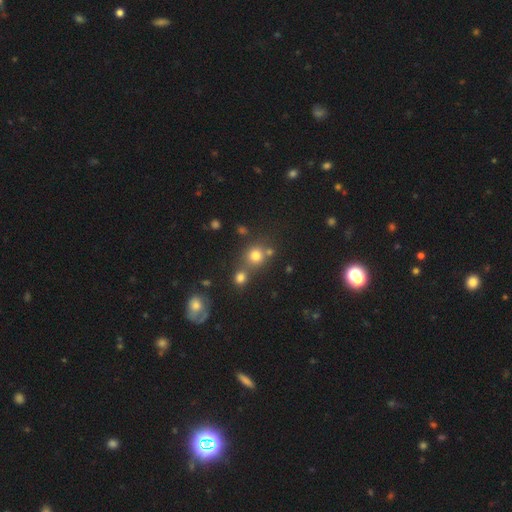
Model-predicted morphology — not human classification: Smooth or featured?
  - smooth: 75% *
  - star or artifact: 16%
  - featured or disk: 8%
How rounded?
  - round: 86% *
  - in between: 13%
  - cigar-shaped: 1%
Merging?
  - none: 58% *
  - merger: 29%
  - minor disturbance: 9%
  - major disturbance: 4%